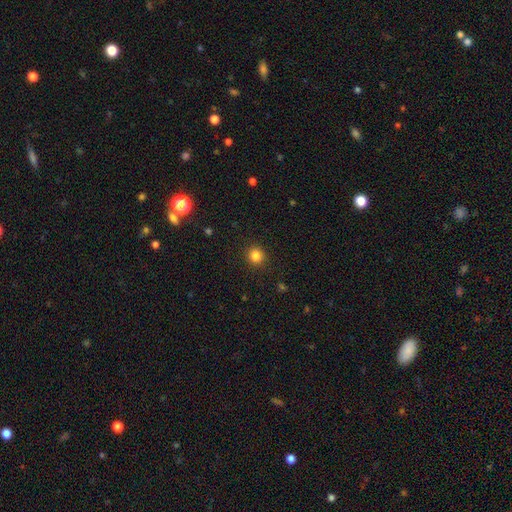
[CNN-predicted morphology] smooth_or_featured: smooth (p=0.84) [alt: star or artifact p=0.12]
how_rounded: round (p=0.89) [alt: in between p=0.10]
merging: none (p=0.91) [alt: minor disturbance p=0.06]